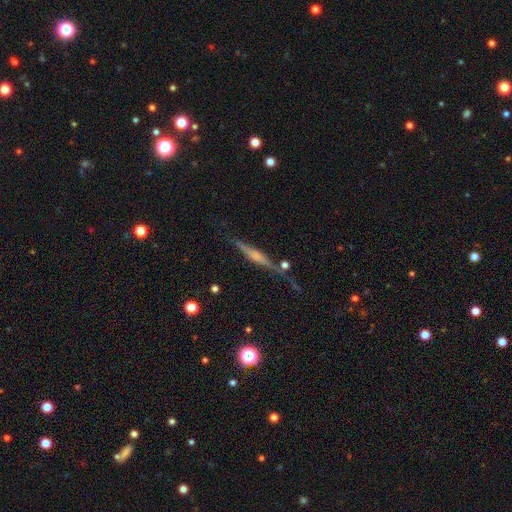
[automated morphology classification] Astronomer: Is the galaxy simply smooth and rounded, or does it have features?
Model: featured or disk — 71%.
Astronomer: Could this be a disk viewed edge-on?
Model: yes — 97%.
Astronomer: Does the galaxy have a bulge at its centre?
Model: rounded — 63%.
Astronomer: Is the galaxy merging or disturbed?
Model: none — 75%.